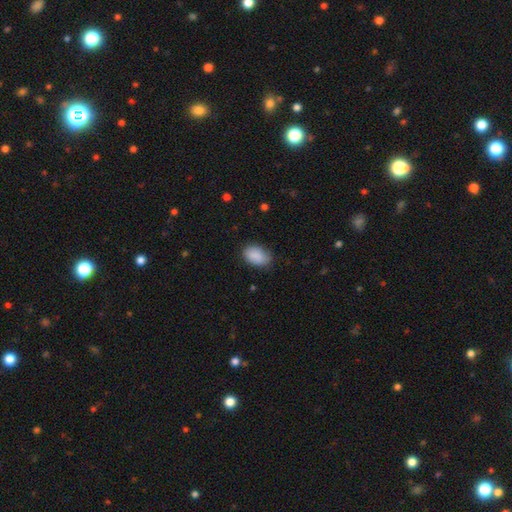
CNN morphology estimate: This is clearly a smooth galaxy (88%). How rounded: clearly in between (87%). Merging: likely none (75%).